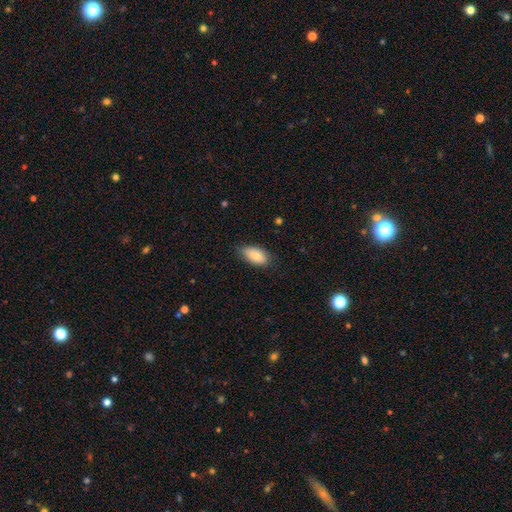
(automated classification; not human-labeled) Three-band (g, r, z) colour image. It shows a smooth galaxy with no disk features (81%) that is in between round and cigar-shaped (93%). Merging: none (75%).